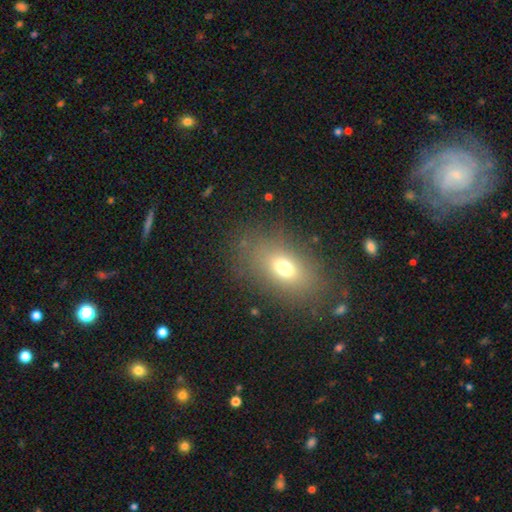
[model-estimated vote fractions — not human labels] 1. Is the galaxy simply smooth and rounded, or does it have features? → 48% smooth, 33% featured or disk, 19% star or artifact.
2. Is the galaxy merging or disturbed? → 84% none, 10% minor disturbance, 4% major disturbance, 2% merger.